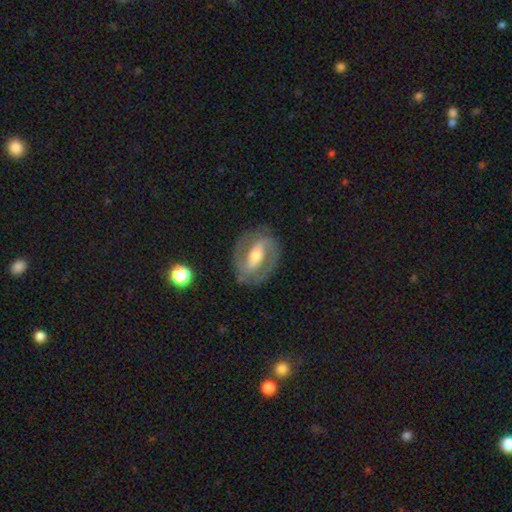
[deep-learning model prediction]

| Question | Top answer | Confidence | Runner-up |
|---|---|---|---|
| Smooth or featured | featured or disk | 80% | smooth (15%) |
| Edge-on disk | no | 94% | yes (6%) |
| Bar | strong | 57% | weak (28%) |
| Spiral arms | yes | 81% | no (19%) |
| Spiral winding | medium | 44% | tight (42%) |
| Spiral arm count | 2 | 87% | can't tell (7%) |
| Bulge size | moderate | 62% | small (28%) |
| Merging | none | 82% | minor disturbance (12%) |